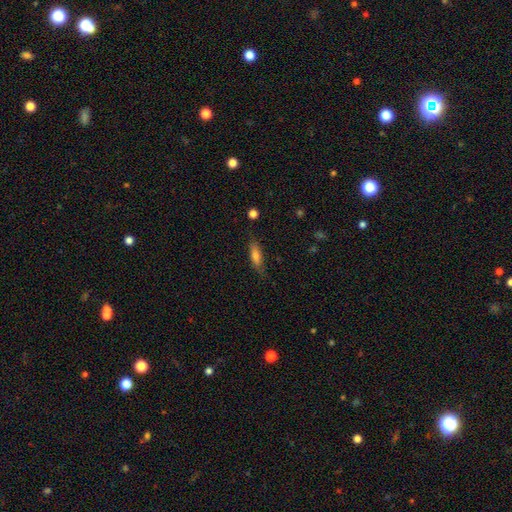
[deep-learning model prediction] Smooth or featured? Predicted: smooth (p=0.71). How rounded? Predicted: cigar-shaped (p=0.49, tied with in between). Merging? Predicted: none (p=0.74).